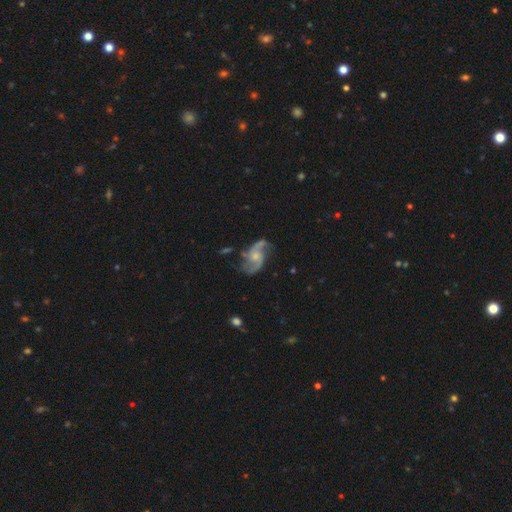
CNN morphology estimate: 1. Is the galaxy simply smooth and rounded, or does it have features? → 88% featured or disk, 6% smooth, 5% star or artifact.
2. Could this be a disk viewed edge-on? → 98% no, 2% yes.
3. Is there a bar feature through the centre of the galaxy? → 63% no, 31% weak, 6% strong.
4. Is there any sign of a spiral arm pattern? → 97% yes, 3% no.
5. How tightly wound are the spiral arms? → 54% loose, 37% medium, 9% tight.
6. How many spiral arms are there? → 81% 2, 9% 3, 4% can't tell, 2% 1, 2% 4, 2% more than 4.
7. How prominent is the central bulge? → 53% small, 36% moderate, 7% none, 3% large, 1% dominant.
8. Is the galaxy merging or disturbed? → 63% none, 20% minor disturbance, 13% major disturbance, 4% merger.